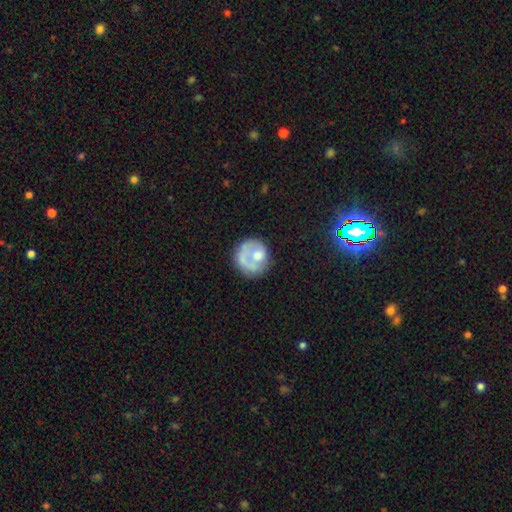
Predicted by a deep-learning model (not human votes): Smooth or featured?
  - smooth: 48% *
  - featured or disk: 45%
  - star or artifact: 7%
Merging?
  - none: 50% *
  - major disturbance: 23%
  - minor disturbance: 20%
  - merger: 6%